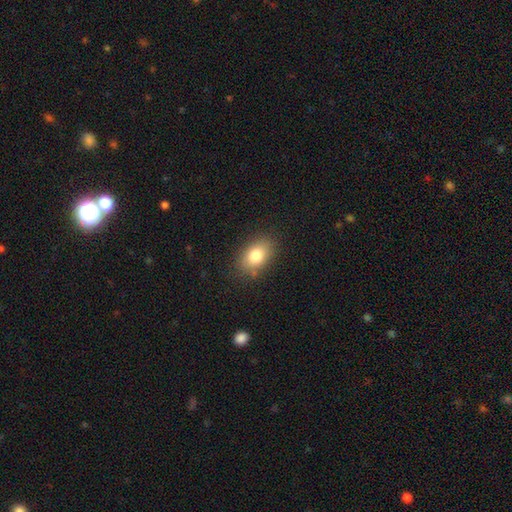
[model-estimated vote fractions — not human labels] The model was most divided on "smooth or featured": smooth: 81%, featured or disk: 11%, star or artifact: 9%. More confident: how rounded — in between (85%); merging — none (83%).